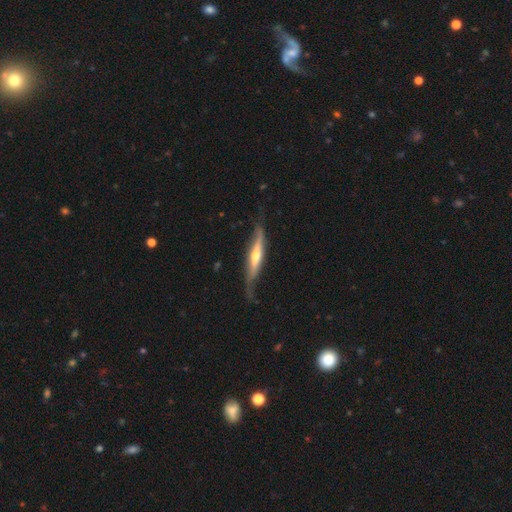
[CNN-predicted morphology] Smooth or featured? featured or disk (69%)
Edge-on disk? yes (86%)
Edge-on bulge? rounded (83%)
Merging? none (58%)